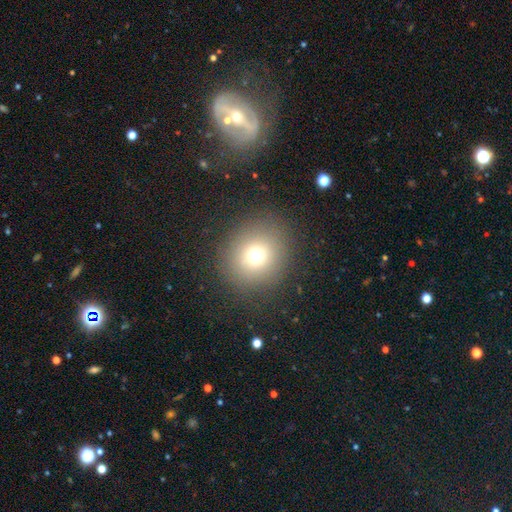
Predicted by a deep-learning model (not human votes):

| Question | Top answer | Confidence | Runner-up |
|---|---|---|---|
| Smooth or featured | smooth | 71% | star or artifact (19%) |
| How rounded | round | 89% | in between (11%) |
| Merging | none | 87% | minor disturbance (7%) |